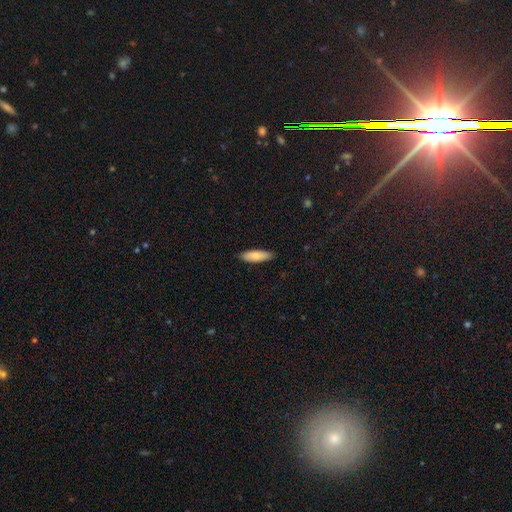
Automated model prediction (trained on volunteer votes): This is clearly a smooth galaxy (84%). How rounded: possibly in between (55%). Merging: clearly none (87%).